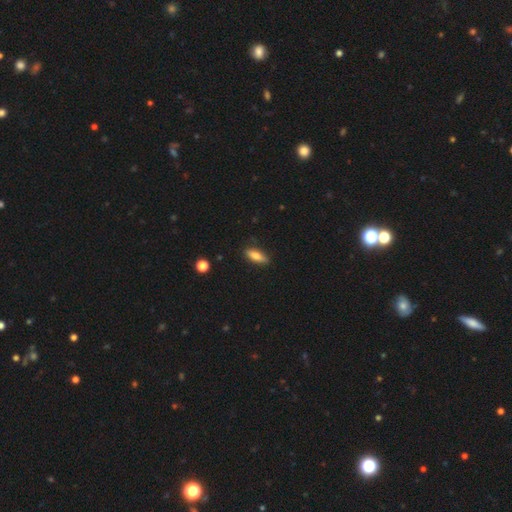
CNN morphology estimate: A smooth galaxy with no disk features (76%) that is in between round and cigar-shaped (61%).

Vote fractions:
- Smooth or featured? smooth: 76% / featured or disk: 17% / star or artifact: 7%
- How rounded? in between: 61% / cigar-shaped: 36% / round: 3%
- Merging? none: 83% / minor disturbance: 13% / major disturbance: 2% / merger: 1%